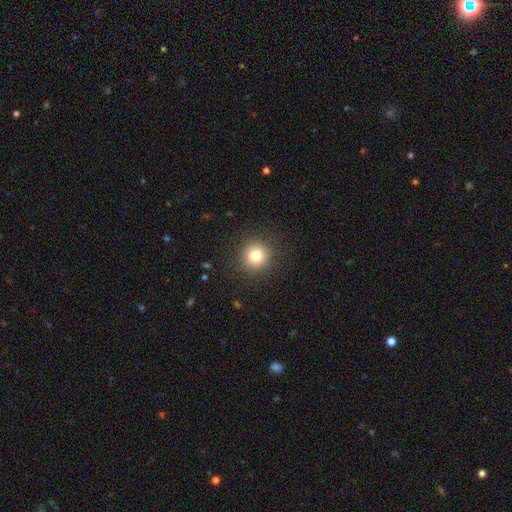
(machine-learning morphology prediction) Overall: smooth (80%). How rounded: round (94%). Merging: none (91%).